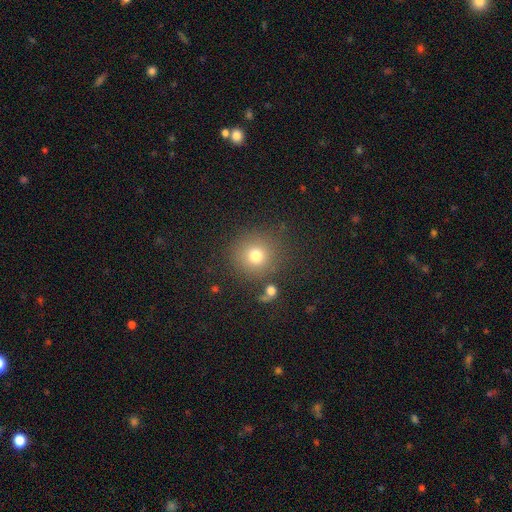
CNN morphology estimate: A smooth galaxy with no disk features (76%) that is round (92%).

Vote fractions:
- Smooth or featured? smooth: 76% / star or artifact: 14% / featured or disk: 10%
- How rounded? round: 92% / in between: 7% / cigar-shaped: 1%
- Merging? none: 80% / minor disturbance: 10% / merger: 5% / major disturbance: 5%